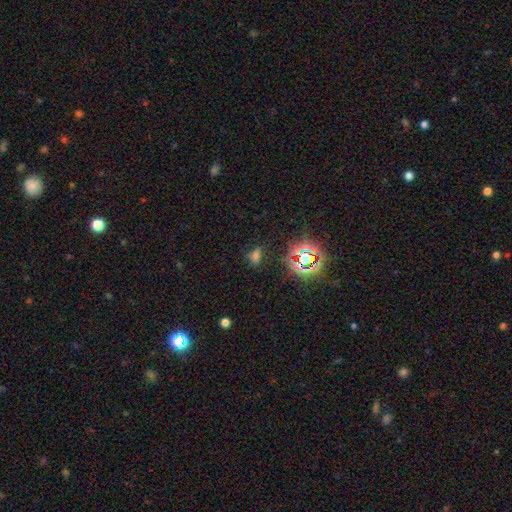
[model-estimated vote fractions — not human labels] A smooth galaxy with no disk features (50%) that is in between round and cigar-shaped (79%). Merging: none (72%).